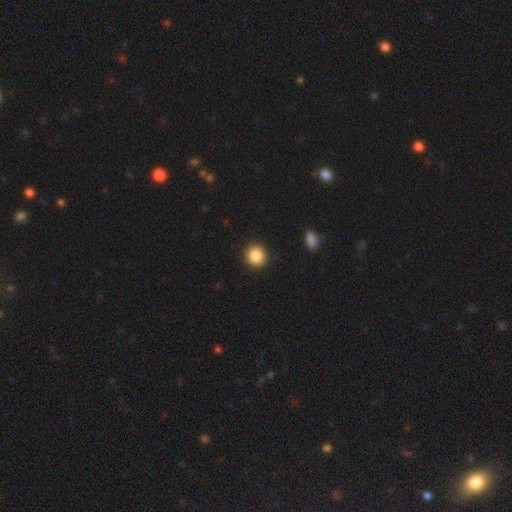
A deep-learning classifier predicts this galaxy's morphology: Smooth or featured? smooth (87%)
How rounded? round (91%)
Merging? none (92%)